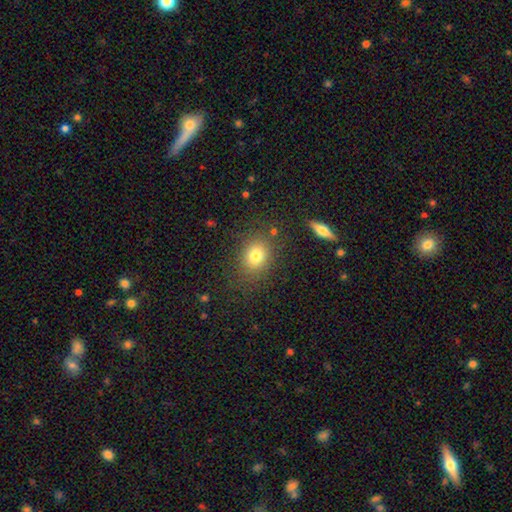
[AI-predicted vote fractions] Smooth or featured?
  - smooth: 77% *
  - star or artifact: 13%
  - featured or disk: 10%
How rounded?
  - round: 54% *
  - in between: 44%
  - cigar-shaped: 1%
Merging?
  - none: 81% *
  - minor disturbance: 11%
  - major disturbance: 5%
  - merger: 3%